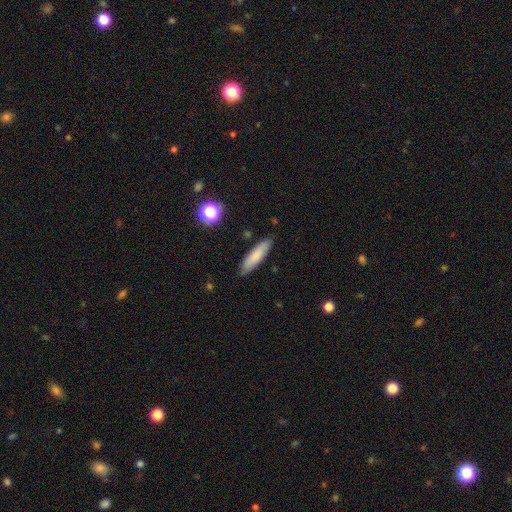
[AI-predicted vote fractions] Smooth or featured? smooth (78%)
How rounded? cigar-shaped (72%)
Merging? none (85%)